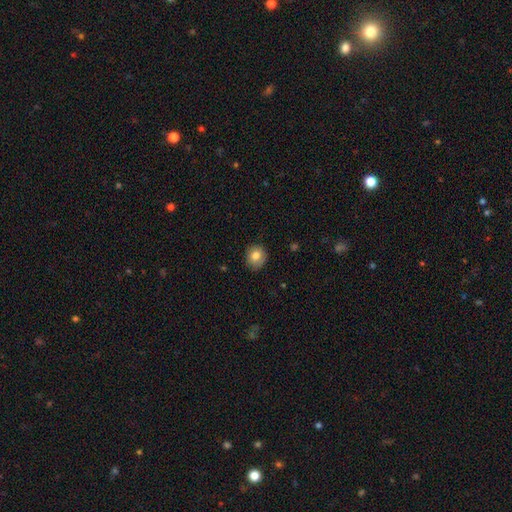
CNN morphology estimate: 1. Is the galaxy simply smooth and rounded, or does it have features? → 79% smooth, 12% featured or disk, 9% star or artifact.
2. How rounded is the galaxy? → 82% round, 17% in between, 1% cigar-shaped.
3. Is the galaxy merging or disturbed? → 84% none, 13% minor disturbance, 2% major disturbance, 1% merger.